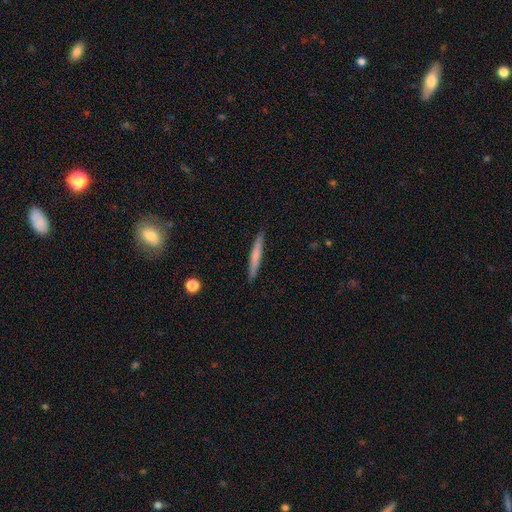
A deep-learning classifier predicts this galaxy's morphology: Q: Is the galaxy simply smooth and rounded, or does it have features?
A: smooth — 62%.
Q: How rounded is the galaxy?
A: cigar-shaped — 96%.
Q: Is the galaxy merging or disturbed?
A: none — 89%.